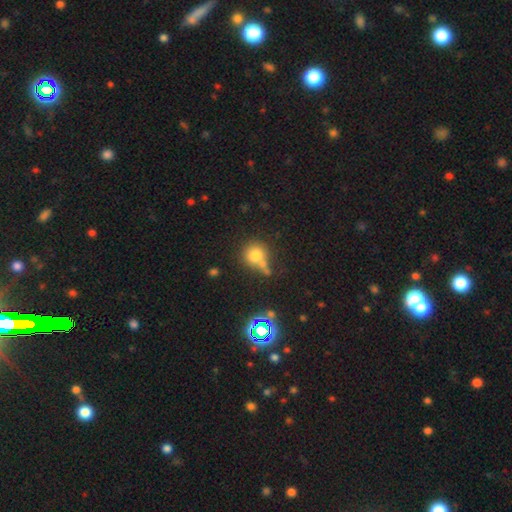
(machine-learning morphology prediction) Smooth or featured? Predicted: smooth (p=0.75). How rounded? Predicted: round (p=0.89). Merging? Predicted: none (p=0.50).